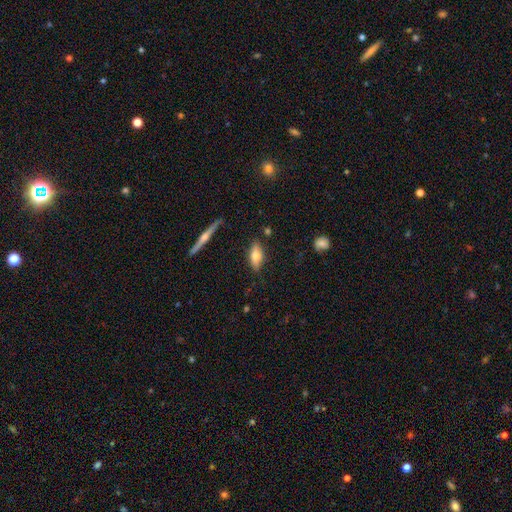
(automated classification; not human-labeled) smooth_or_featured: smooth (p=0.62) [alt: featured or disk p=0.31]
how_rounded: in between (p=0.75) [alt: cigar-shaped p=0.22]
merging: none (p=0.82) [alt: minor disturbance p=0.13]